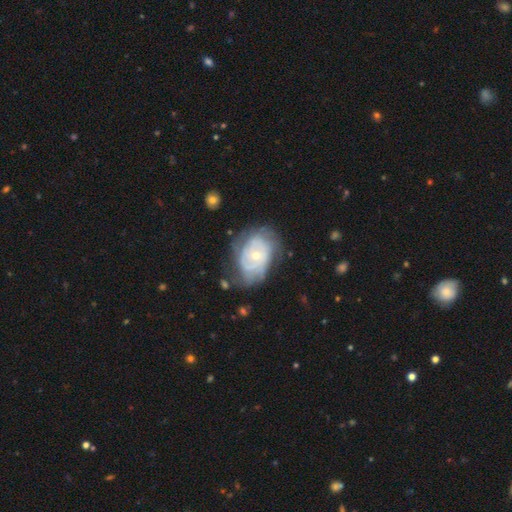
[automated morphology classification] Q: Smooth or featured?
A: featured or disk (76%); runner-up: smooth (18%)
Q: Edge-on disk?
A: no (96%); runner-up: yes (4%)
Q: Bar?
A: no (78%); runner-up: weak (18%)
Q: Spiral arms?
A: yes (81%); runner-up: no (19%)
Q: Spiral winding?
A: tight (66%); runner-up: medium (25%)
Q: Spiral arm count?
A: can't tell (50%); runner-up: 2 (24%)
Q: Bulge size?
A: small (58%); runner-up: moderate (39%)
Q: Merging?
A: none (59%); runner-up: minor disturbance (26%)